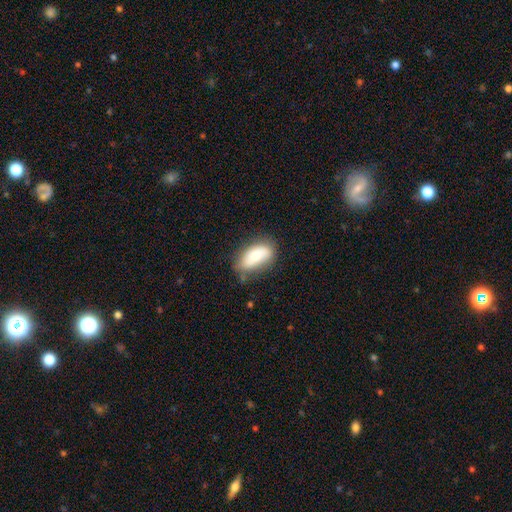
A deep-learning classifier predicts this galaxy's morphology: The model was most divided on "merging": none: 66%, minor disturbance: 24%, major disturbance: 6%, merger: 3%. More confident: how rounded — in between (90%); smooth or featured — smooth (69%).